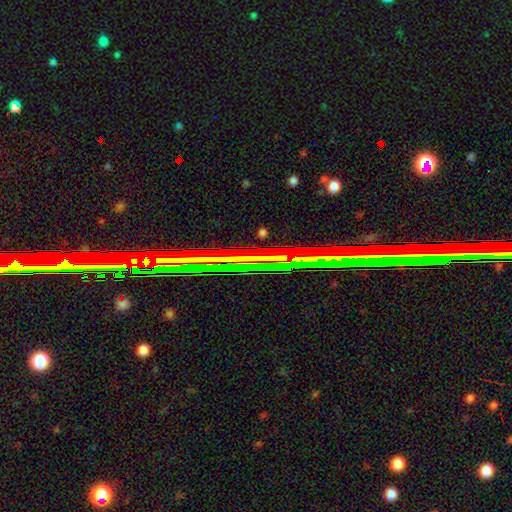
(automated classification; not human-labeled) Smooth or featured: star or artifact — 72% (featured or disk — 17%)